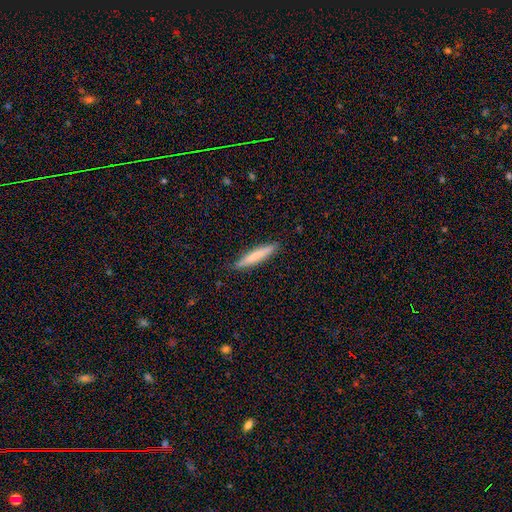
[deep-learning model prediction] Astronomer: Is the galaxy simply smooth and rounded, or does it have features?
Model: smooth — 75%.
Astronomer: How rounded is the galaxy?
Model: cigar-shaped — 93%.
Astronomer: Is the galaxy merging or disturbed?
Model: none — 89%.